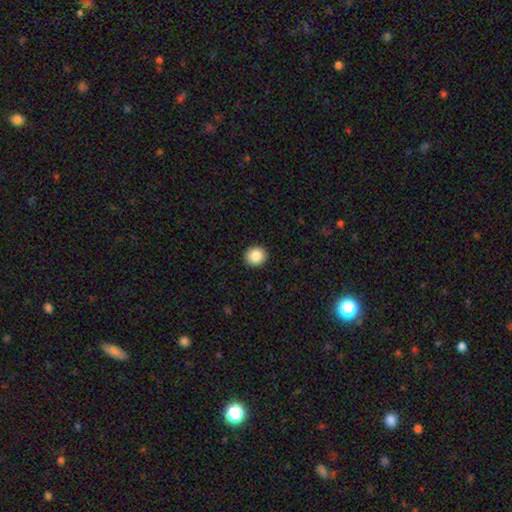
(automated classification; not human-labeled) Overall: smooth (87%). How rounded: round (84%). Merging: none (92%).